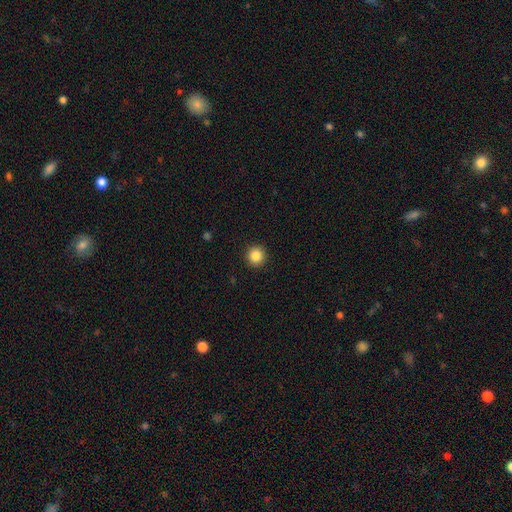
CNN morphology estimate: smooth 86%, star or artifact 10%, featured or disk 4%. Down the decision tree: how rounded — round (95%); merging — none (93%).